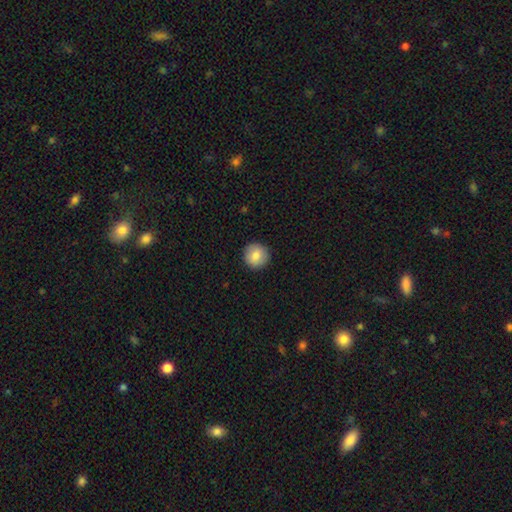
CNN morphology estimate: A smooth galaxy with no disk features (83%) that is round (95%).

Vote fractions:
- Smooth or featured? smooth: 83% / featured or disk: 9% / star or artifact: 8%
- How rounded? round: 95% / in between: 4% / cigar-shaped: 1%
- Merging? none: 91% / minor disturbance: 6% / major disturbance: 2% / merger: 1%